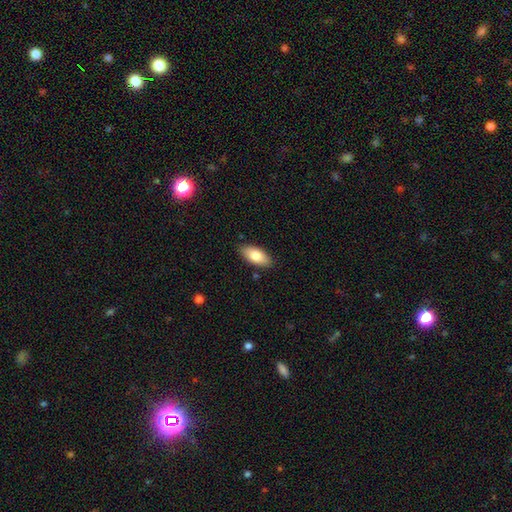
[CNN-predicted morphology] A smooth galaxy with no disk features (80%) that is in between round and cigar-shaped (89%).

Vote fractions:
- Smooth or featured? smooth: 80% / featured or disk: 13% / star or artifact: 6%
- How rounded? in between: 89% / cigar-shaped: 8% / round: 2%
- Merging? none: 87% / minor disturbance: 10% / major disturbance: 2% / merger: 1%